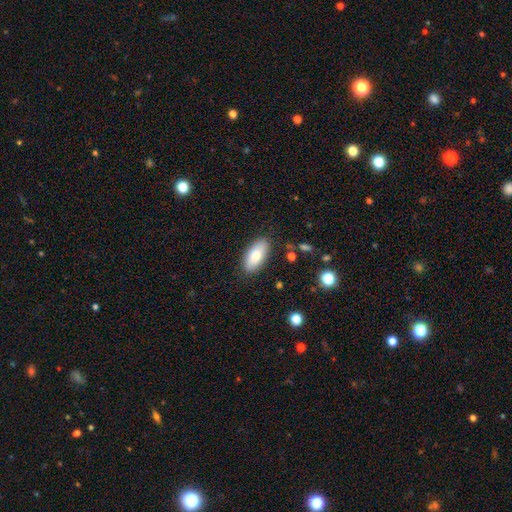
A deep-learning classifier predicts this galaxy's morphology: A smooth galaxy with no disk features (77%) that is in between round and cigar-shaped (89%).

Vote fractions:
- Smooth or featured? smooth: 77% / featured or disk: 16% / star or artifact: 7%
- How rounded? in between: 89% / cigar-shaped: 8% / round: 2%
- Merging? none: 86% / minor disturbance: 10% / major disturbance: 2% / merger: 1%